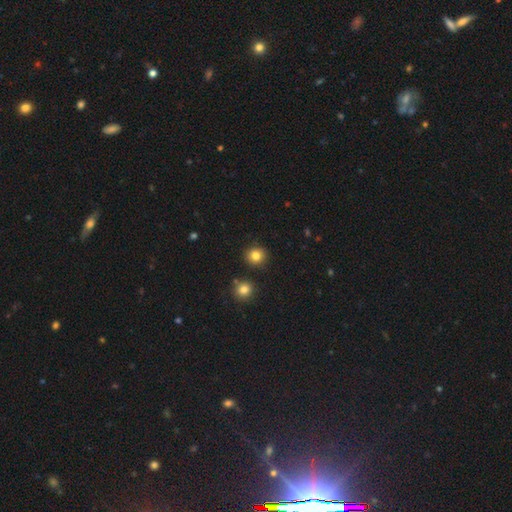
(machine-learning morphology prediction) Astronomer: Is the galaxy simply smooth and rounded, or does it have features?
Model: smooth — 83%.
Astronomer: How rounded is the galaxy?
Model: round — 89%.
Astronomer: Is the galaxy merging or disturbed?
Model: none — 89%.